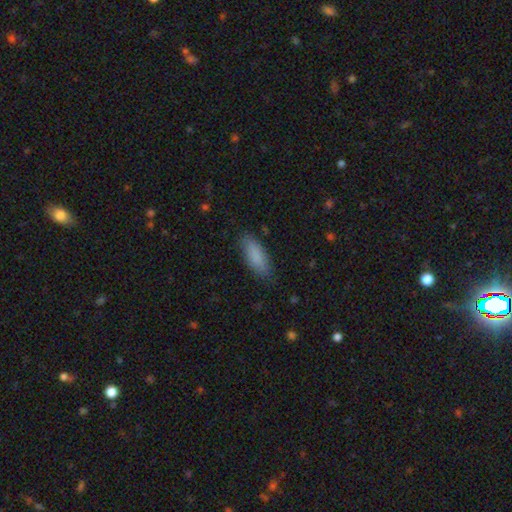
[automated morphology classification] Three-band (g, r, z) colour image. It shows a smooth galaxy with no disk features (87%) that is in between round and cigar-shaped (69%). Merging: none (84%).